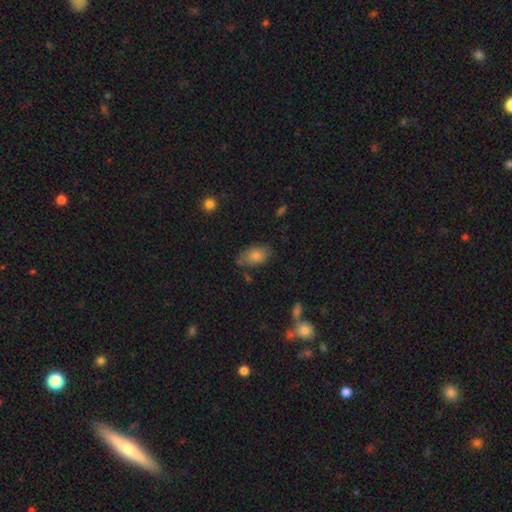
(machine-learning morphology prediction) The model was most divided on "merging": none: 63%, minor disturbance: 25%, major disturbance: 7%, merger: 5%. More confident: how rounded — in between (88%); smooth or featured — smooth (77%).